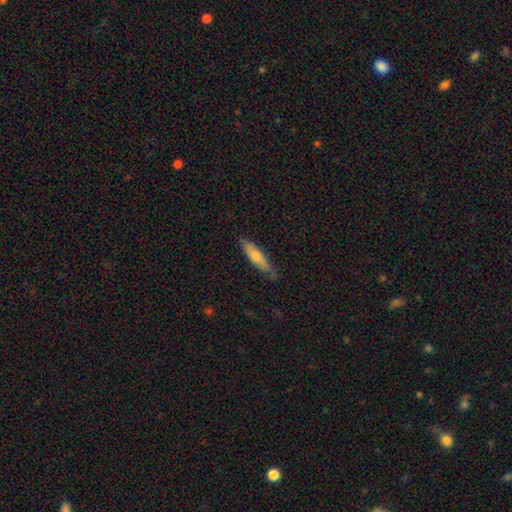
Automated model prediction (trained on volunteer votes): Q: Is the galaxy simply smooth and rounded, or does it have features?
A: smooth — 66%.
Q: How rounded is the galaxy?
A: cigar-shaped — 70%.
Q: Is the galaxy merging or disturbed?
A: none — 76%.